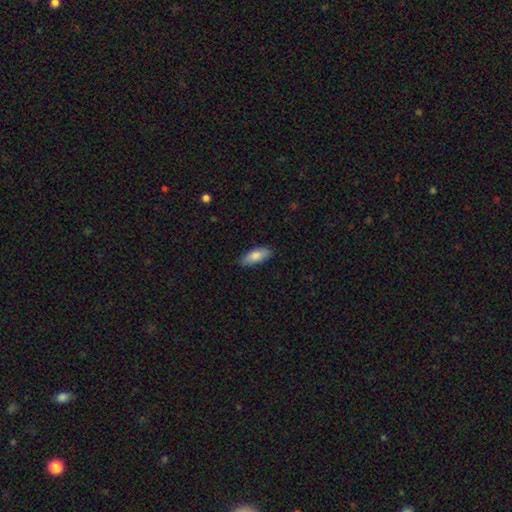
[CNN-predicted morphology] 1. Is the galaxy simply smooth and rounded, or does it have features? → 83% smooth, 11% featured or disk, 6% star or artifact.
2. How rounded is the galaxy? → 79% in between, 19% cigar-shaped, 2% round.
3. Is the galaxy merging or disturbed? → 86% none, 11% minor disturbance, 2% major disturbance, 1% merger.